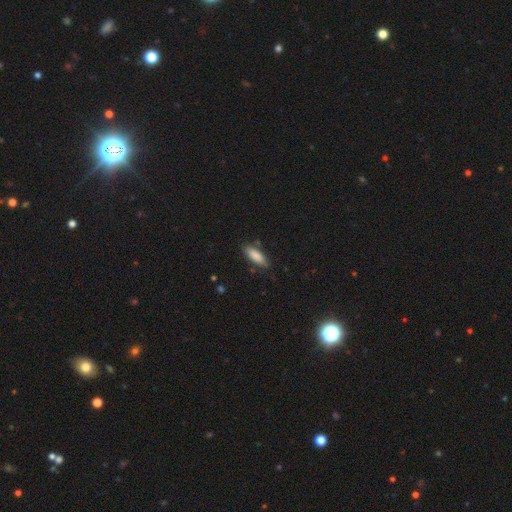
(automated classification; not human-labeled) A smooth galaxy with no disk features (86%) that is in between round and cigar-shaped (67%). Merging: none (81%).